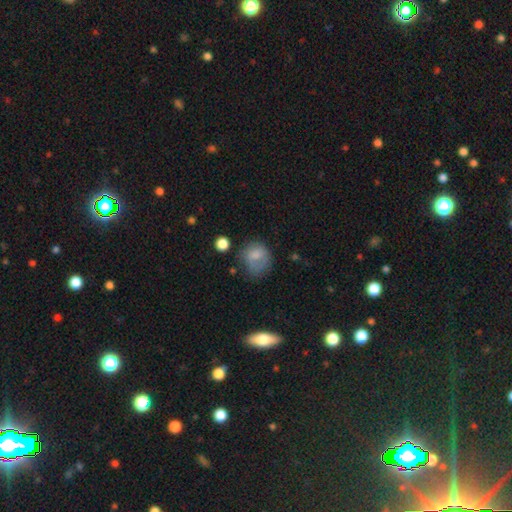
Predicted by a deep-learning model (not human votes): This appears to be a smooth galaxy with no disk features (71%) that is round (67%). Merging: none (42%).